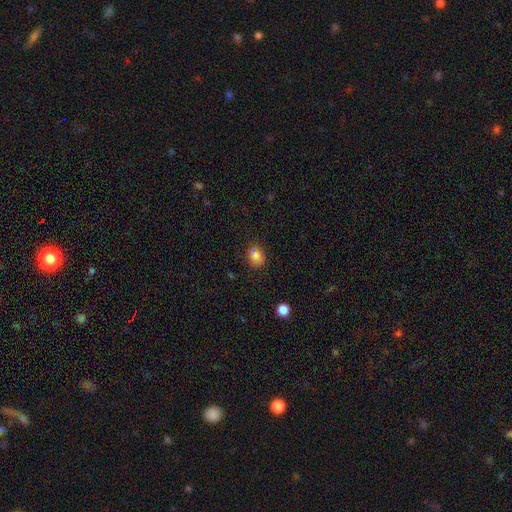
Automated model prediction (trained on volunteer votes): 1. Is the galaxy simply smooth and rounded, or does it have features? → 80% smooth, 13% star or artifact, 7% featured or disk.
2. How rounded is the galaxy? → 55% round, 43% in between, 1% cigar-shaped.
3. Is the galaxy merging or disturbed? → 71% none, 17% minor disturbance, 8% merger, 4% major disturbance.